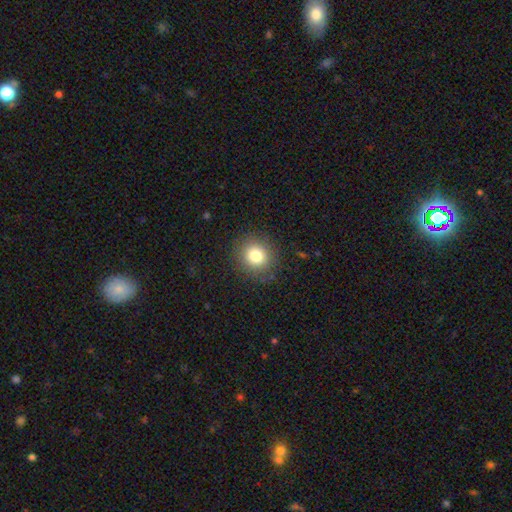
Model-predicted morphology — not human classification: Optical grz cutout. It shows a smooth galaxy with no disk features (81%) that is round (83%). Merging: none (87%).